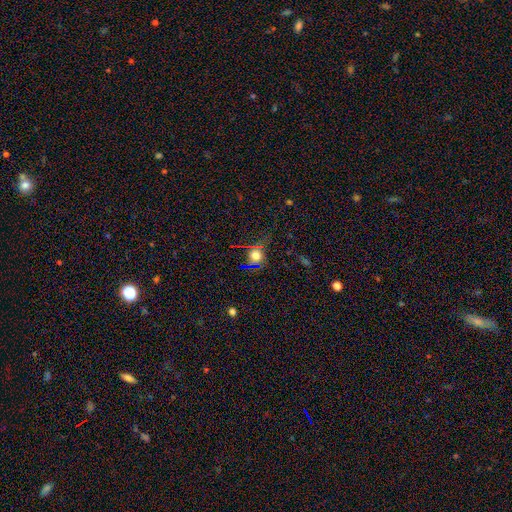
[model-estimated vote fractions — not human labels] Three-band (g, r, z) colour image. It shows a smooth galaxy with no disk features (49%). Merging: none (76%).